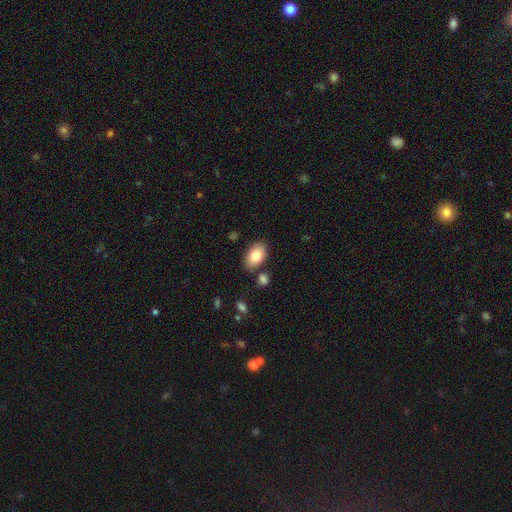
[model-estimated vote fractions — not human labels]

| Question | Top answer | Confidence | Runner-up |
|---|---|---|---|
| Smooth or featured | smooth | 80% | featured or disk (13%) |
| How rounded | in between | 90% | round (8%) |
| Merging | none | 80% | minor disturbance (11%) |